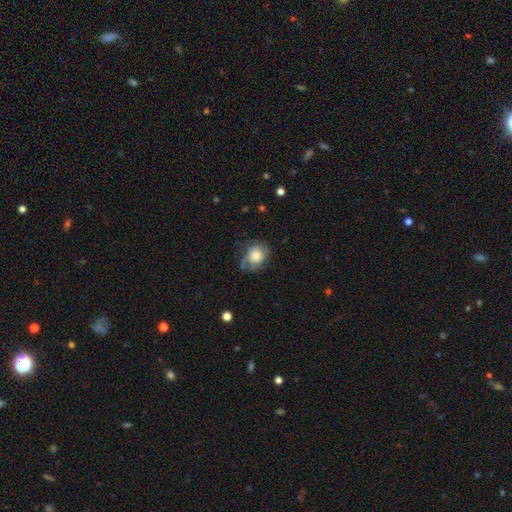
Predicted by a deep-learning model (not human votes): Q: Smooth or featured?
A: smooth (57%); runner-up: featured or disk (35%)
Q: How rounded?
A: round (60%); runner-up: in between (38%)
Q: Merging?
A: none (55%); runner-up: minor disturbance (28%)